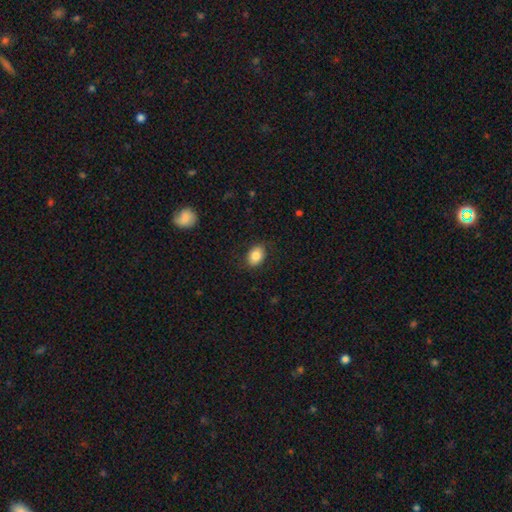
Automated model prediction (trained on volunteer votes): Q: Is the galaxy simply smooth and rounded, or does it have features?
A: smooth — 84%.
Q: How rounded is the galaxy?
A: in between — 77%.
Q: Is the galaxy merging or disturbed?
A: none — 82%.